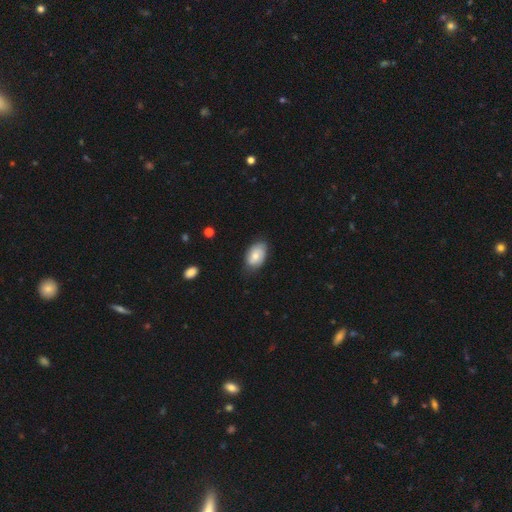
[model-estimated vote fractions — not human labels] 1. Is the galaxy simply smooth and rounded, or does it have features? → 68% smooth, 25% featured or disk, 7% star or artifact.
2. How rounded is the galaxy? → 90% in between, 9% round, 1% cigar-shaped.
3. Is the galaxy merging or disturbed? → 73% none, 22% minor disturbance, 4% major disturbance, 1% merger.